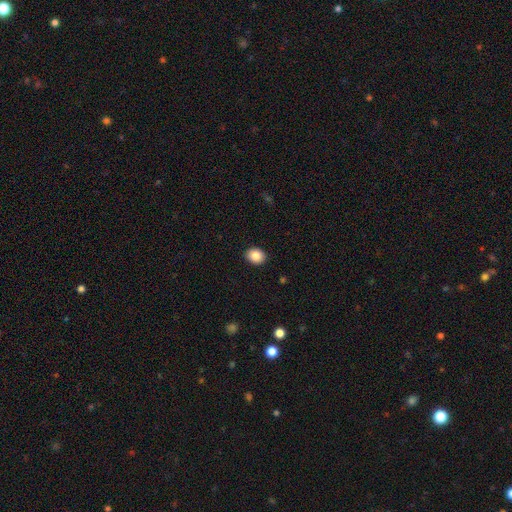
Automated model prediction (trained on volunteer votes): This is clearly a smooth galaxy (87%). How rounded: possibly in between (52%). Merging: clearly none (91%).